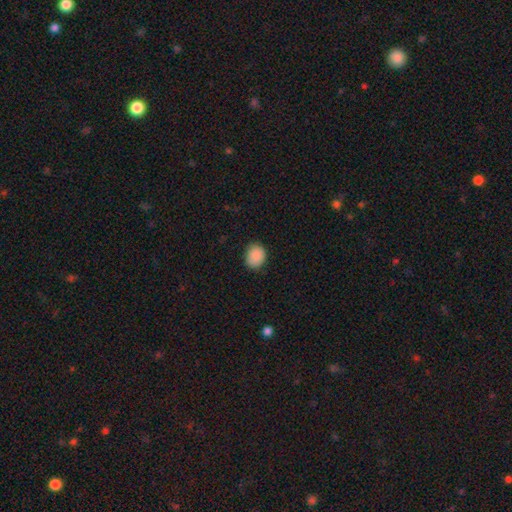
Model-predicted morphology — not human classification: This appears to be a smooth galaxy with no disk features (89%) that is round (61%). Merging: none (83%).